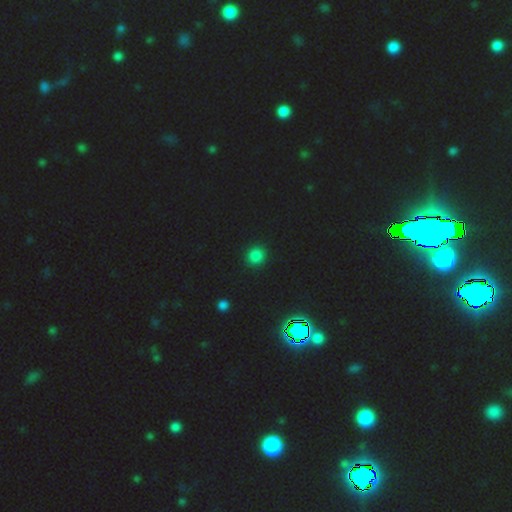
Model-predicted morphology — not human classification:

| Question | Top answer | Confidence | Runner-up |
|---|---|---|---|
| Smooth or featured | smooth | 77% | star or artifact (19%) |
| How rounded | round | 89% | in between (10%) |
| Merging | none | 92% | minor disturbance (5%) |